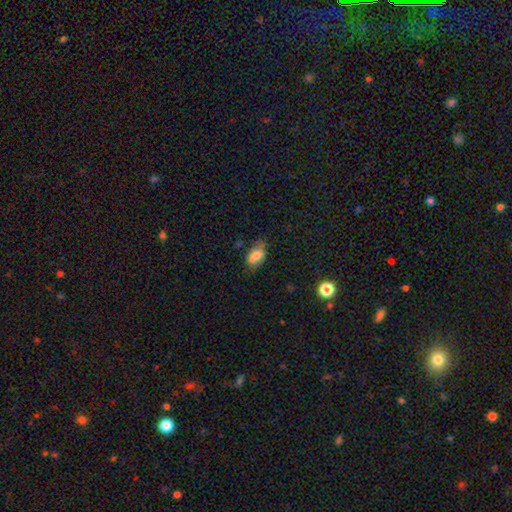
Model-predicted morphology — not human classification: Smooth or featured? smooth (74%)
How rounded? in between (91%)
Merging? none (63%)